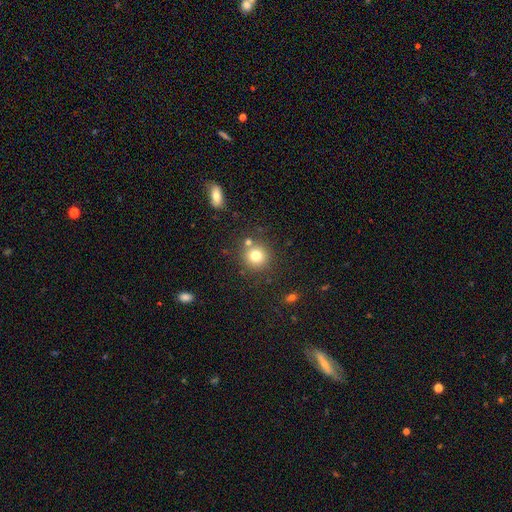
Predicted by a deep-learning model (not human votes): The model was most divided on "smooth or featured": smooth: 78%, star or artifact: 12%, featured or disk: 10%. More confident: how rounded — round (92%); merging — none (78%).